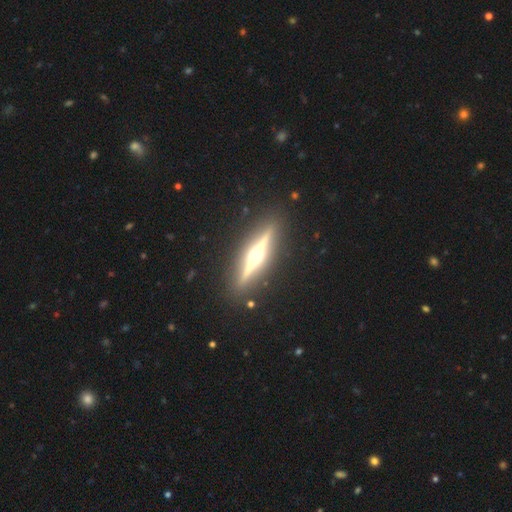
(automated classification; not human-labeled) The model was most divided on "smooth or featured": featured or disk: 85%, smooth: 9%, star or artifact: 5%. More confident: edge-on disk — yes (98%); edge-on bulge — rounded (96%); merging — none (90%).